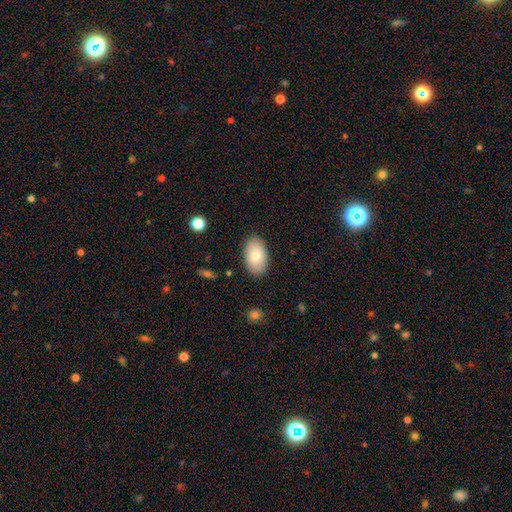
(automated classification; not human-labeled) Smooth or featured? smooth (79%)
How rounded? in between (94%)
Merging? none (86%)